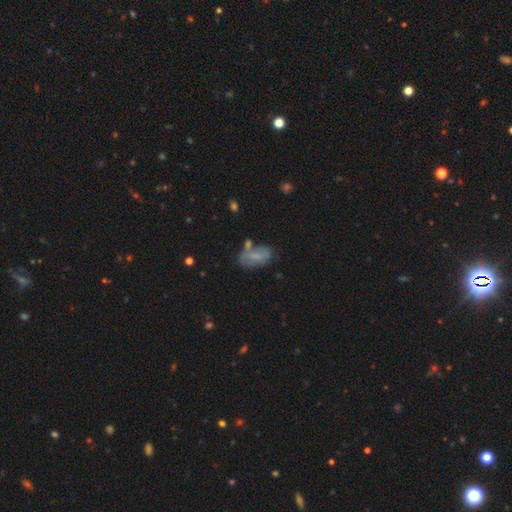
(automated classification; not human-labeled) Smooth or featured?
  - smooth: 62% *
  - featured or disk: 28%
  - star or artifact: 9%
How rounded?
  - in between: 91% *
  - round: 5%
  - cigar-shaped: 4%
Merging?
  - none: 57% *
  - minor disturbance: 23%
  - merger: 11%
  - major disturbance: 8%